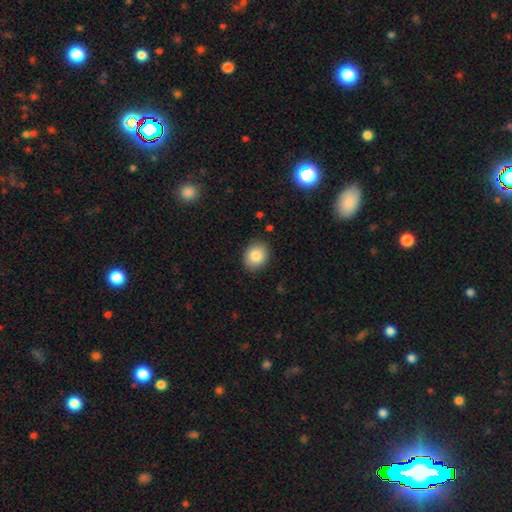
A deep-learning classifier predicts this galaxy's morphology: smooth 85%, star or artifact 8%, featured or disk 7%. Down the decision tree: how rounded — round (50%); merging — none (87%).